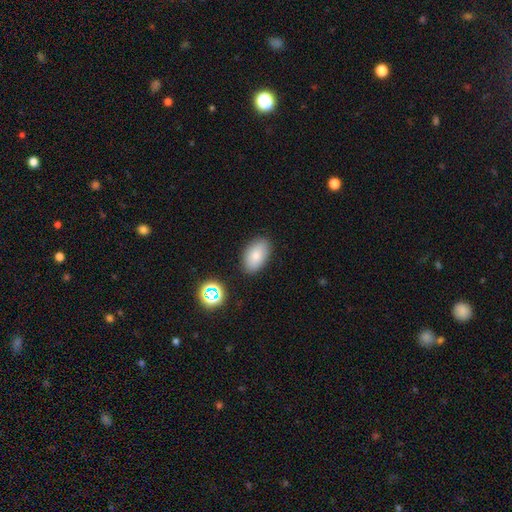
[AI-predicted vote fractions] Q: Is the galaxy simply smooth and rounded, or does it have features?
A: smooth — 81%.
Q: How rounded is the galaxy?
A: in between — 92%.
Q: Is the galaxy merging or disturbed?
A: none — 85%.